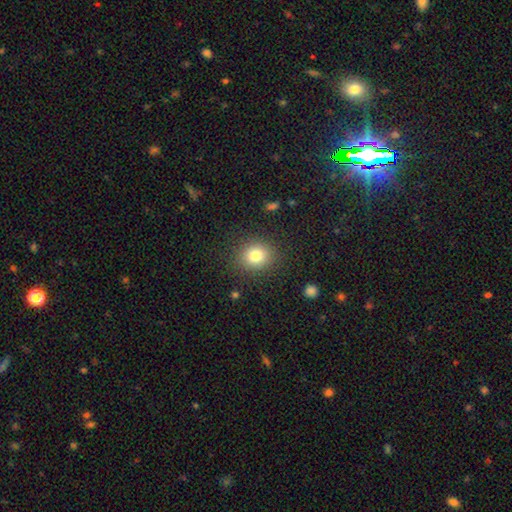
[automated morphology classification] A smooth galaxy with no disk features (79%) that is round (77%).

Vote fractions:
- Smooth or featured? smooth: 79% / star or artifact: 12% / featured or disk: 8%
- How rounded? round: 77% / in between: 22% / cigar-shaped: 1%
- Merging? none: 88% / minor disturbance: 8% / major disturbance: 3% / merger: 1%